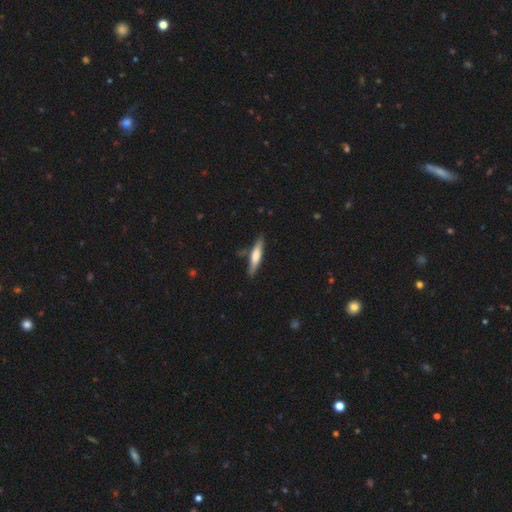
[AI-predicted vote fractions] Smooth or featured? smooth (58%)
How rounded? cigar-shaped (86%)
Merging? none (82%)